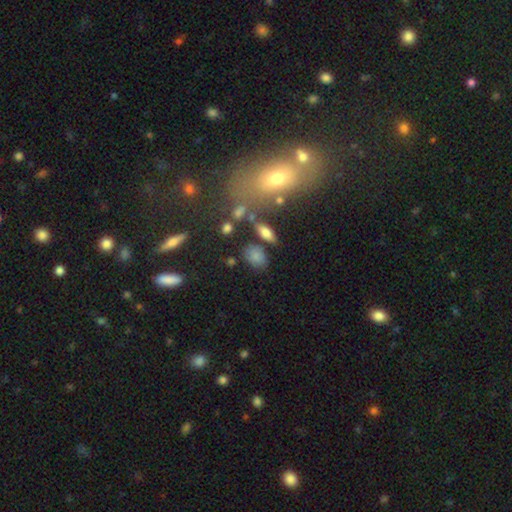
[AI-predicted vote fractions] smooth-or-featured: smooth: 78% | star or artifact: 12% | featured or disk: 10%
  how-rounded: in between: 73% | round: 23% | cigar-shaped: 4%
  merging: none: 66% | minor disturbance: 18% | merger: 10% | major disturbance: 7%